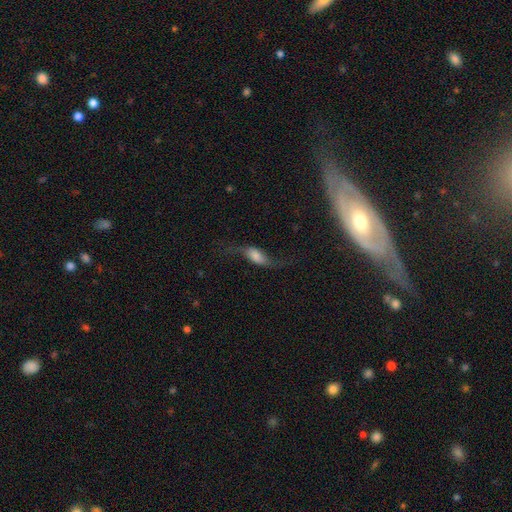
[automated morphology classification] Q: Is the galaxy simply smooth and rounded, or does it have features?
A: featured or disk — 58%.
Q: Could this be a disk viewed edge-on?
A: no — 80%.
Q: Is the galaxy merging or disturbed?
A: none — 55%.